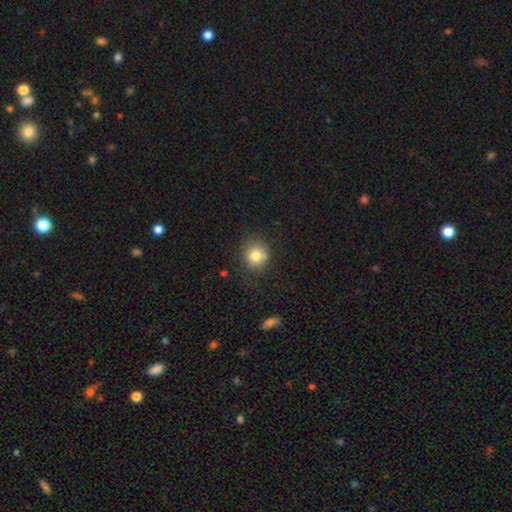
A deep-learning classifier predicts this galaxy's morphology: Smooth or featured? smooth (80%)
How rounded? round (87%)
Merging? none (75%)